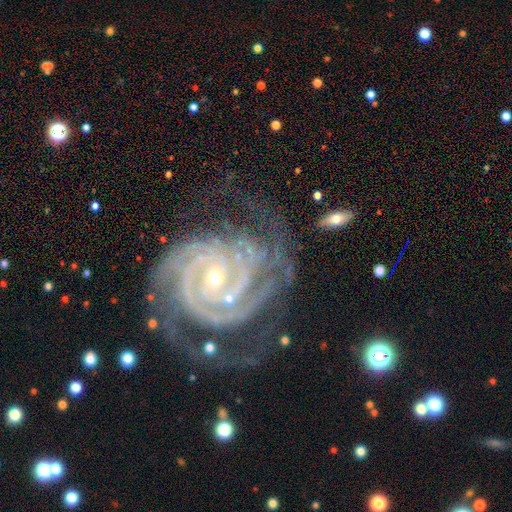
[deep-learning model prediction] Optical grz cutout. It shows a featured or disk galaxy (93%) with no bar (49%), 2 (27%) tight (80%) spiral arms (99%) and a small central bulge (73%). Merging: none (61%).